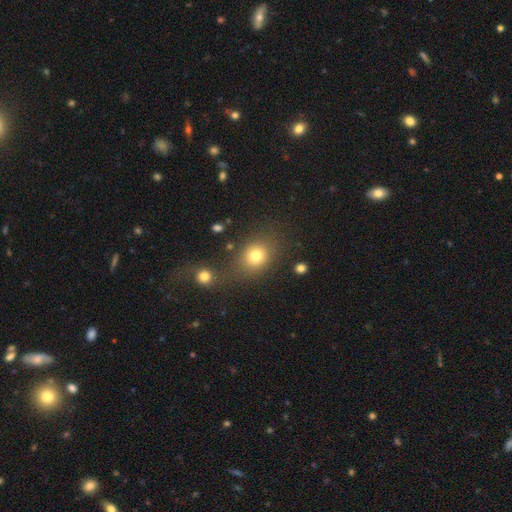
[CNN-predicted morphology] smooth_or_featured: smooth (p=0.76) [alt: star or artifact p=0.14]
how_rounded: round (p=0.63) [alt: in between p=0.36]
merging: none (p=0.64) [alt: merger p=0.17]